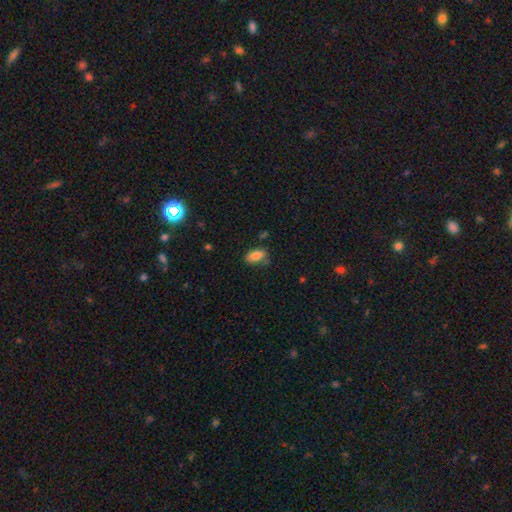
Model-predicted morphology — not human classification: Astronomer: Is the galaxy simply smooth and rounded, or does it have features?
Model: smooth — 84%.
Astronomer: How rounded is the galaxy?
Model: in between — 89%.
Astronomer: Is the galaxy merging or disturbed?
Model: none — 74%.